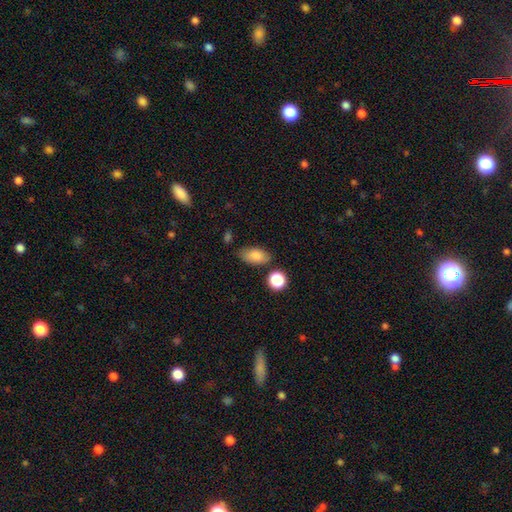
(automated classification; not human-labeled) The model was most divided on "merging": none: 73%, minor disturbance: 17%, merger: 6%, major disturbance: 4%. More confident: how rounded — in between (89%); smooth or featured — smooth (85%).